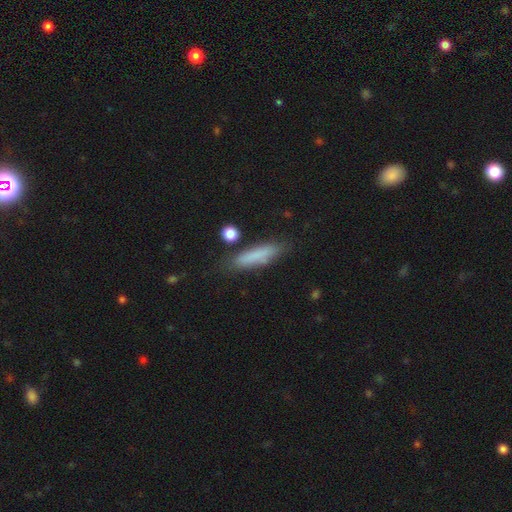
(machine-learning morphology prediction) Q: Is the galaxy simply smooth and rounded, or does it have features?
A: smooth — 78%.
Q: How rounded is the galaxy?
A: cigar-shaped — 76%.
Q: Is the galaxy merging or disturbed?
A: none — 78%.